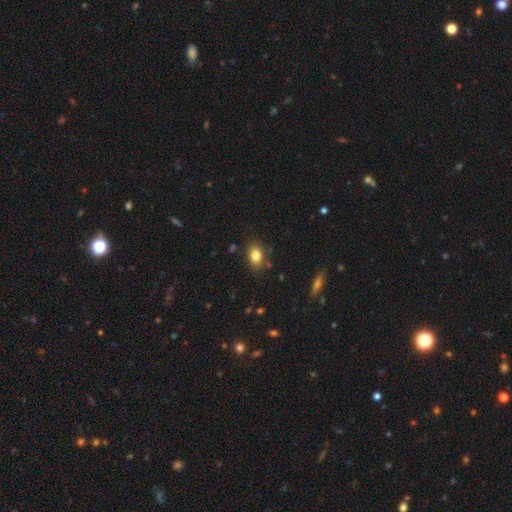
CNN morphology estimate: smooth 82%, star or artifact 9%, featured or disk 9%. Down the decision tree: how rounded — in between (78%); merging — none (80%).